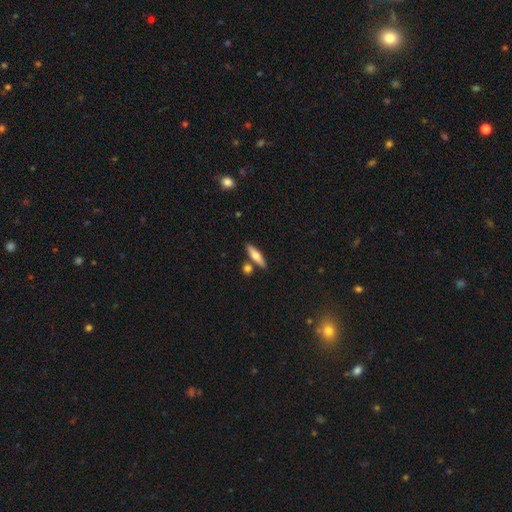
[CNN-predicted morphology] A smooth galaxy with no disk features (63%) that is cigar-shaped (67%). Merging: none (77%).